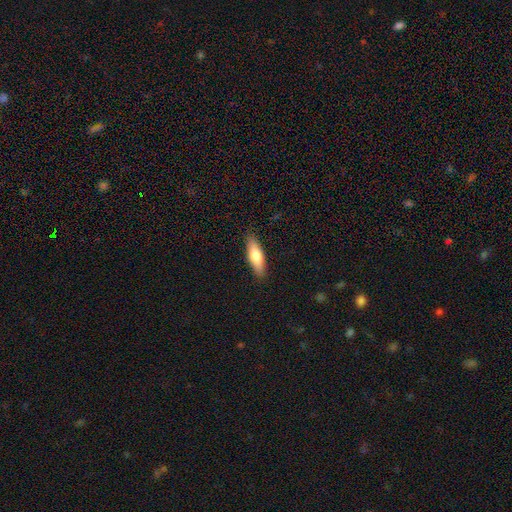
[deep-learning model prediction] This is likely a smooth galaxy (72%). How rounded: possibly cigar-shaped (50%). Merging: clearly none (88%).